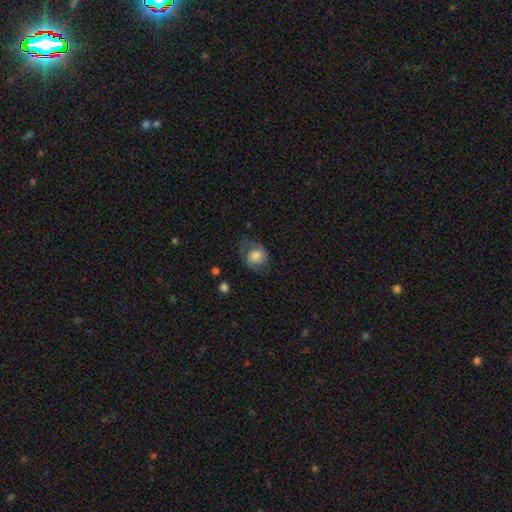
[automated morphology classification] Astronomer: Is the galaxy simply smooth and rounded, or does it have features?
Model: smooth — 52% (runner-up: featured or disk, 40%).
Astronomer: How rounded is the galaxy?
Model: round — 71%.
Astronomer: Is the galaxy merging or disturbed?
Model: none — 55%.